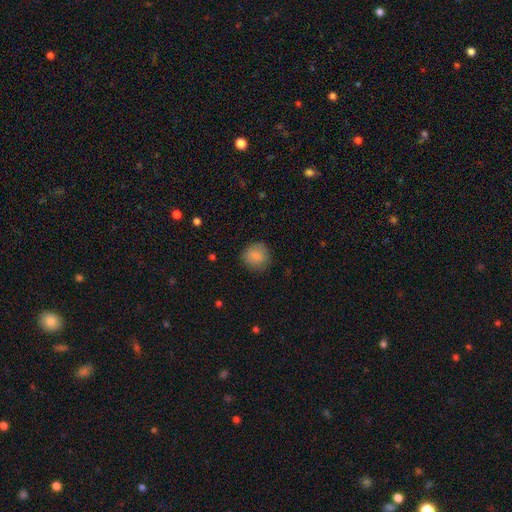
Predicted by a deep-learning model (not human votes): This is clearly a smooth galaxy (84%). How rounded: clearly round (87%). Merging: clearly none (84%).